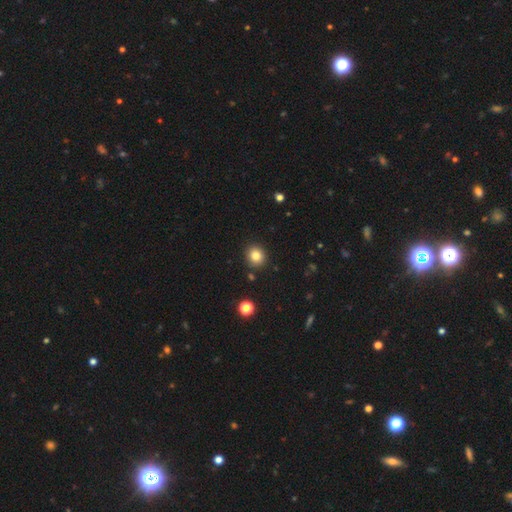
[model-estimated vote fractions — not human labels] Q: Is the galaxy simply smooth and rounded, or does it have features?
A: smooth — 82%.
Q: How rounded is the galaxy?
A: round — 84%.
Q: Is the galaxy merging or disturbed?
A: none — 89%.